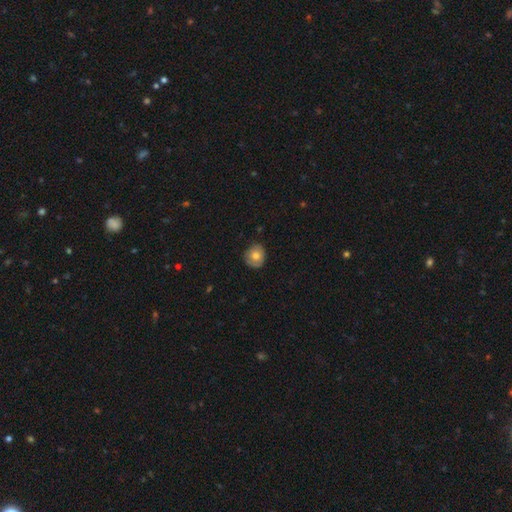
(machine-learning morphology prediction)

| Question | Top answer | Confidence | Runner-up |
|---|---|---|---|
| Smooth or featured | smooth | 71% | featured or disk (21%) |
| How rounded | round | 83% | in between (16%) |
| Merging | none | 78% | minor disturbance (18%) |